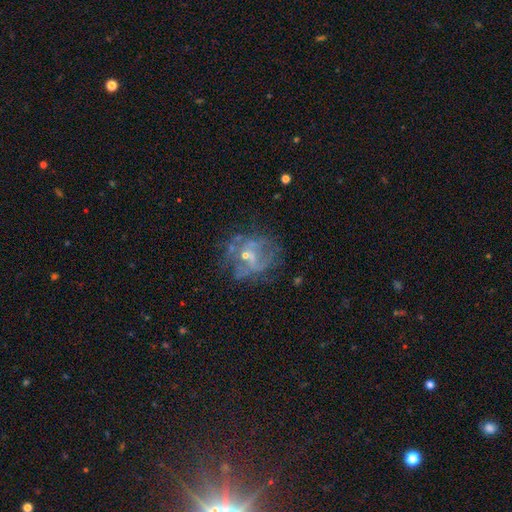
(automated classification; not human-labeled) Overall: featured or disk (65%). Edge-on disk: no (97%). Bar: no (65%; weak 29%). Spiral arms: no (57%; yes 43%). Bulge size: small (62%; moderate 24%). Merging: none (56%; major disturbance 21%).